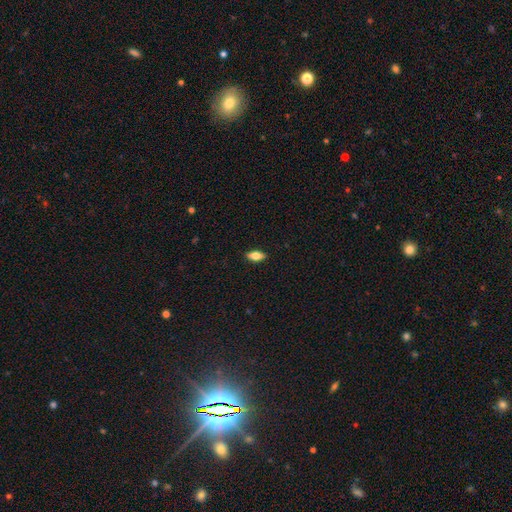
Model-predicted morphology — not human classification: This is likely a smooth galaxy (69%). How rounded: clearly in between (82%). Merging: clearly none (89%).